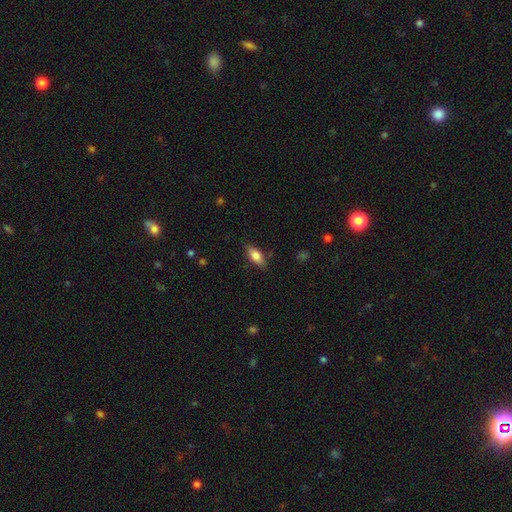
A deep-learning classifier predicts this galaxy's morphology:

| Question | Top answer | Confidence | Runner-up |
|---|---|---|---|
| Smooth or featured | smooth | 78% | featured or disk (15%) |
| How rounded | in between | 82% | cigar-shaped (15%) |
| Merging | none | 83% | minor disturbance (13%) |